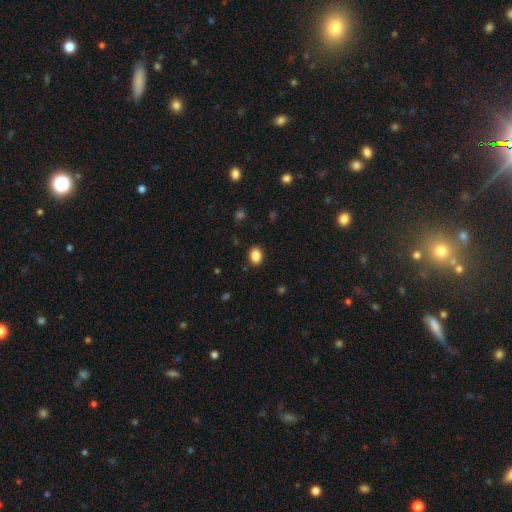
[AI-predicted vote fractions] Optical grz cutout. It shows a smooth galaxy with no disk features (87%) that is in between round and cigar-shaped (72%). Merging: none (88%).